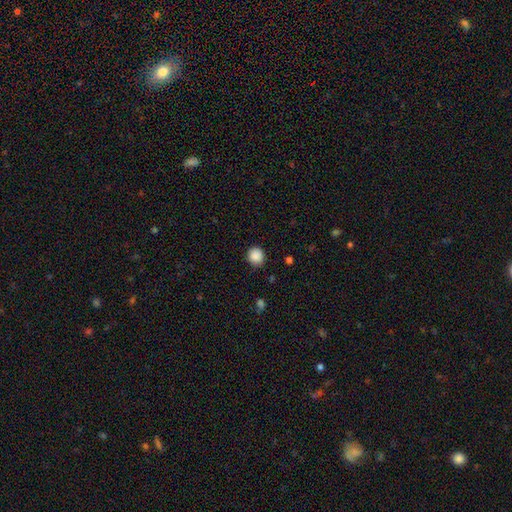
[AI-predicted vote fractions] smooth-or-featured: smooth: 88% | star or artifact: 9% | featured or disk: 3%
  how-rounded: round: 88% | in between: 11% | cigar-shaped: 1%
  merging: none: 85% | minor disturbance: 11% | major disturbance: 3% | merger: 1%